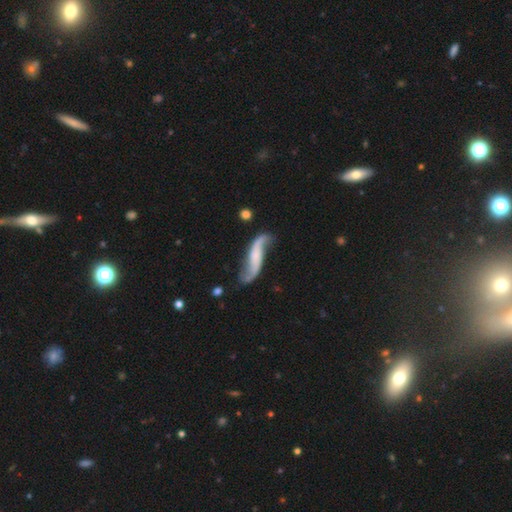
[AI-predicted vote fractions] Overall: featured or disk (82%). Edge-on disk: no (88%). Bar: no (54%; weak 30%). Spiral arms: yes (96%). Spiral arm count: 2 (93%). Spiral winding: loose (88%). Bulge size: none (45%; small 30%). Merging: none (69%).